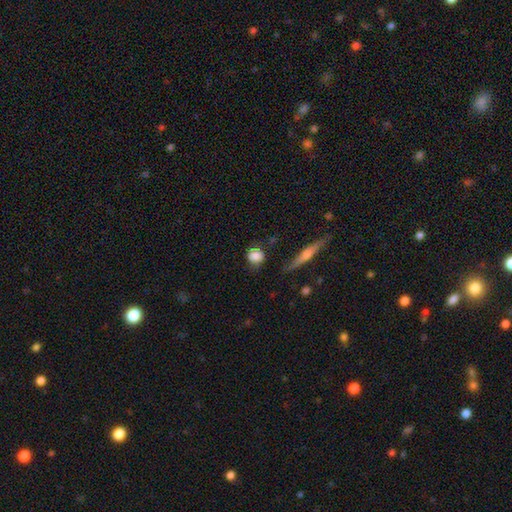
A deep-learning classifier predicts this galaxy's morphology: A smooth galaxy with no disk features (79%) that is round (68%).

Vote fractions:
- Smooth or featured? smooth: 79% / featured or disk: 12% / star or artifact: 8%
- How rounded? round: 68% / in between: 29% / cigar-shaped: 3%
- Merging? none: 65% / minor disturbance: 23% / major disturbance: 8% / merger: 4%